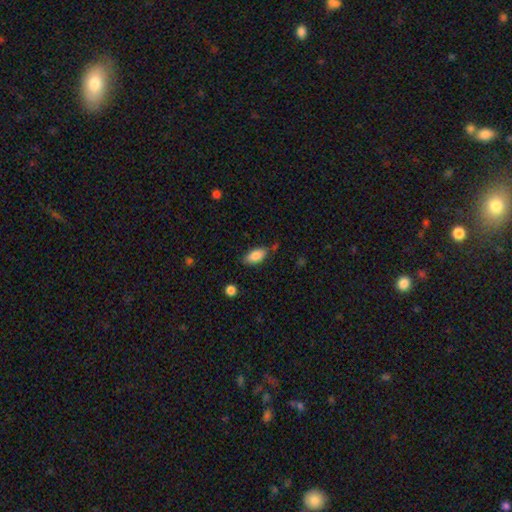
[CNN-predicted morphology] Overall: smooth (84%). How rounded: in between (90%). Merging: none (72%).